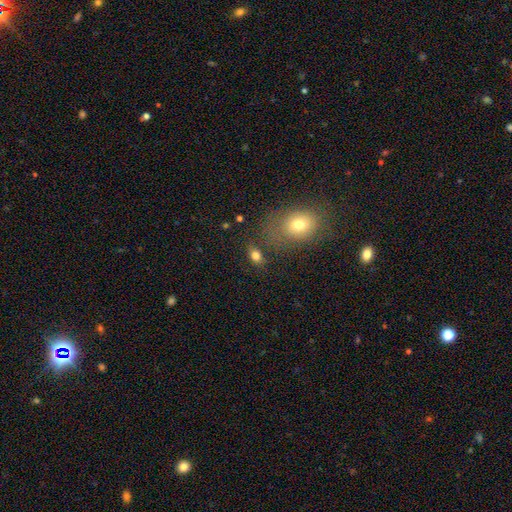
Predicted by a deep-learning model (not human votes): This is likely a smooth galaxy (79%). How rounded: likely in between (76%). Merging: likely none (71%).